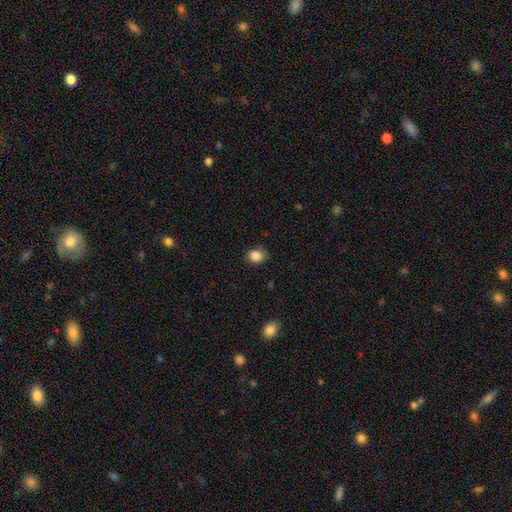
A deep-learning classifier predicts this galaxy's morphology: Smooth or featured? Predicted: smooth (p=0.86). How rounded? Predicted: round (p=0.61). Merging? Predicted: none (p=0.77).